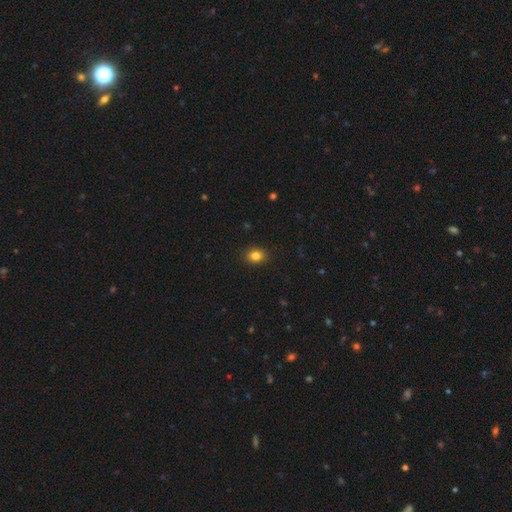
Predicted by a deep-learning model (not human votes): This is clearly a smooth galaxy (83%). How rounded: possibly in between (53%). Merging: clearly none (90%).